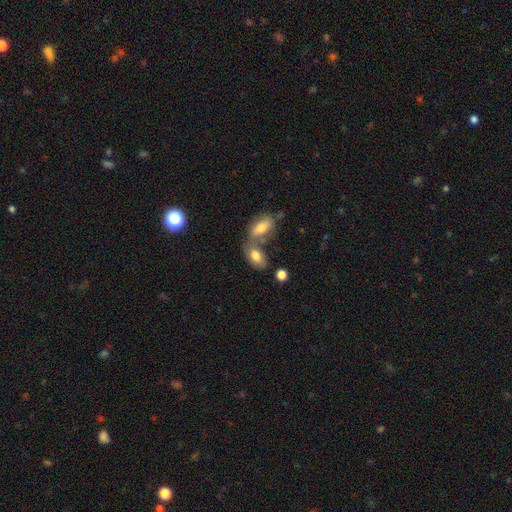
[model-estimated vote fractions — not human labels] Smooth or featured: smooth — 78% (featured or disk — 15%)
How rounded: in between — 90% (round — 6%)
Merging: merger — 48% (none — 36%)